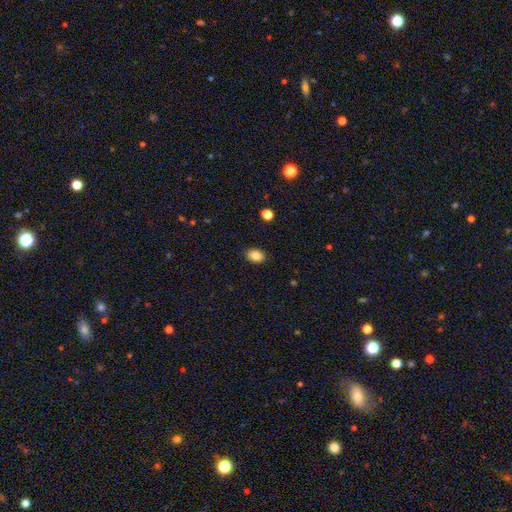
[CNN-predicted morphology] Smooth or featured: smooth — 85% (star or artifact — 9%)
How rounded: in between — 78% (round — 21%)
Merging: none — 88% (minor disturbance — 9%)